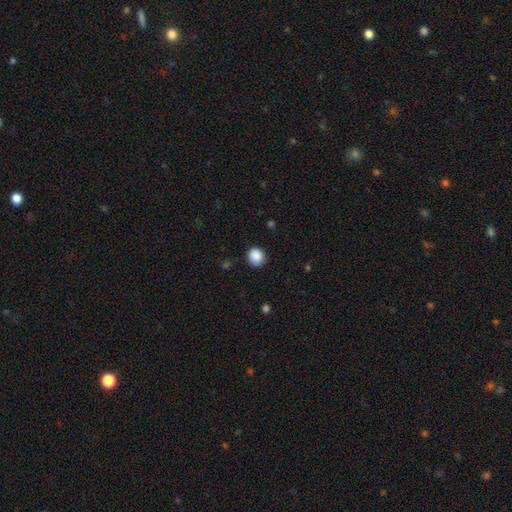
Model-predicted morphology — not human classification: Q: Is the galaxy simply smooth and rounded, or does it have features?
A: smooth — 88%.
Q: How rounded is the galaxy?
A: round — 85%.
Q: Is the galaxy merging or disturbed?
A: none — 85%.